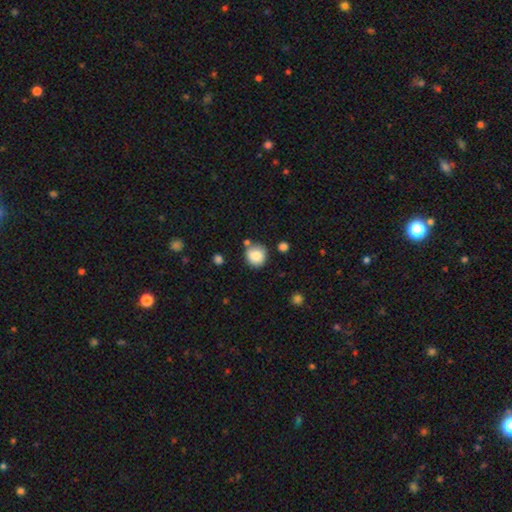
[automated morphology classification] Smooth or featured?
  - smooth: 85% *
  - star or artifact: 9%
  - featured or disk: 6%
How rounded?
  - round: 87% *
  - in between: 12%
  - cigar-shaped: 1%
Merging?
  - none: 73% *
  - minor disturbance: 14%
  - merger: 9%
  - major disturbance: 4%